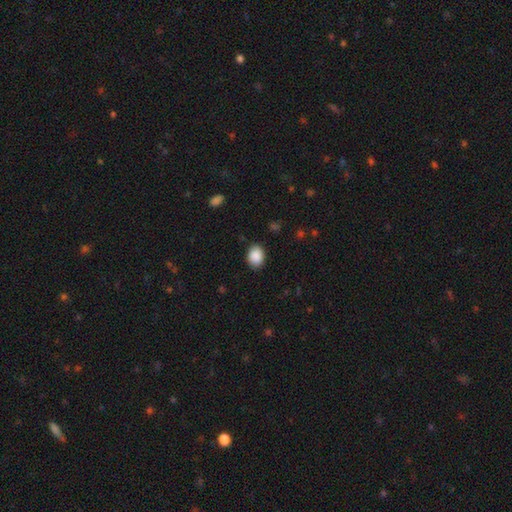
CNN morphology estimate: This is clearly a smooth galaxy (90%). How rounded: likely in between (67%). Merging: clearly none (87%).